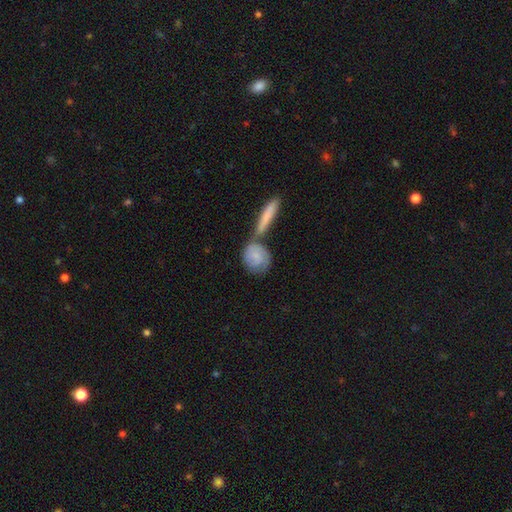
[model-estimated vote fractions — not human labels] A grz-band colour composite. It shows a smooth galaxy with no disk features (55%) that is round (56%). Merging: none (48%).